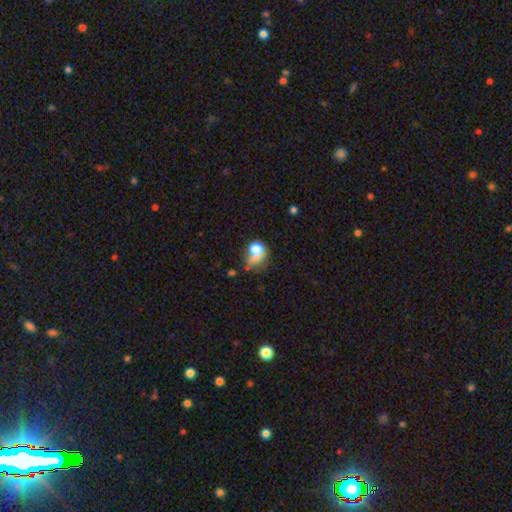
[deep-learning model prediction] Smooth or featured? smooth (68%)
How rounded? round (57%)
Merging? merger (31%)